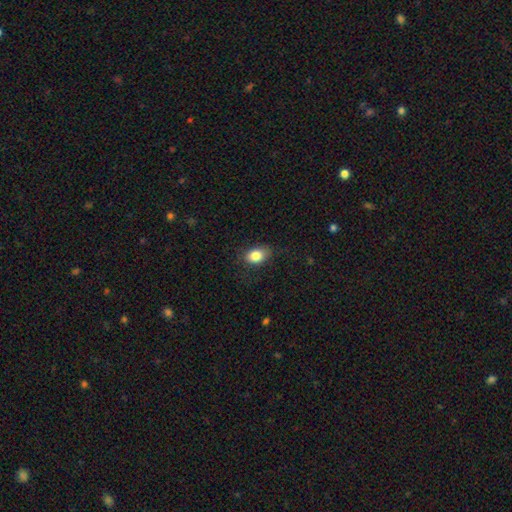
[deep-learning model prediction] The model was most divided on "how rounded": in between: 78%, round: 21%, cigar-shaped: 1%. More confident: smooth or featured — smooth (84%); merging — none (78%).